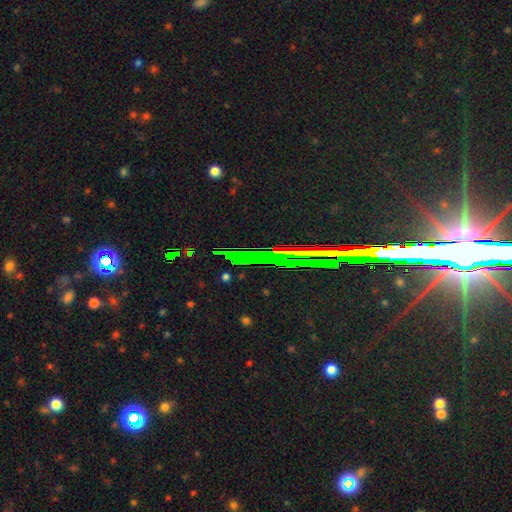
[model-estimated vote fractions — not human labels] This appears to be a star or artifact, not a galaxy (81%).